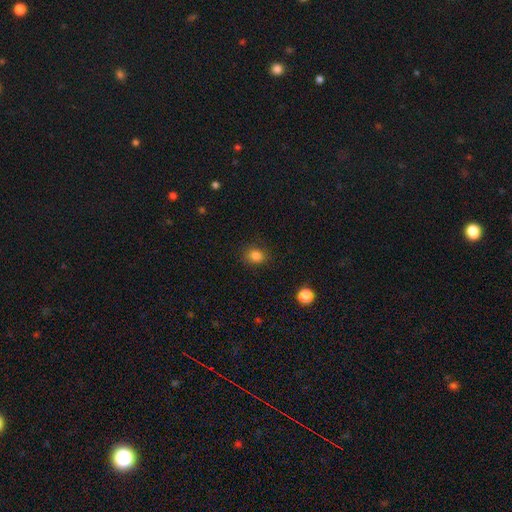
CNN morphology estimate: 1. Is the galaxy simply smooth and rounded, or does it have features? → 83% smooth, 12% star or artifact, 5% featured or disk.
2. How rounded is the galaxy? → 64% round, 35% in between, 1% cigar-shaped.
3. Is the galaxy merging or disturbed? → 86% none, 10% minor disturbance, 3% major disturbance, 1% merger.